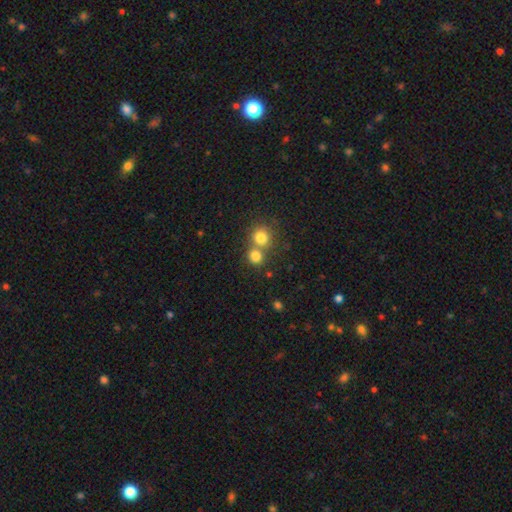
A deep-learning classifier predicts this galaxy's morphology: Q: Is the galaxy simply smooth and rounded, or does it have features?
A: smooth — 80%.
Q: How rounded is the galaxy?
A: round — 84%.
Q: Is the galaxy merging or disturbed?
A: none — 49%.